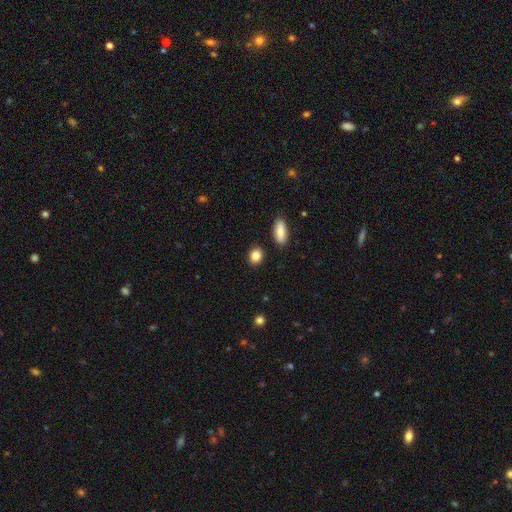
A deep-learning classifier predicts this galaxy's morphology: Smooth or featured? smooth (86%)
How rounded? round (51%)
Merging? none (87%)